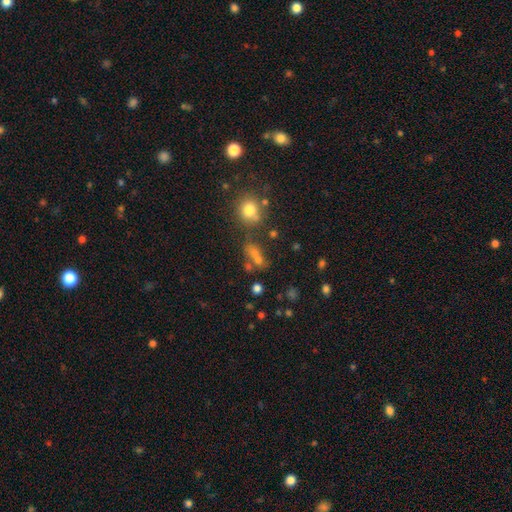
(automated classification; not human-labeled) A smooth galaxy with no disk features (63%) that is in between round and cigar-shaped (54%).

Vote fractions:
- Smooth or featured? smooth: 63% / star or artifact: 22% / featured or disk: 15%
- How rounded? in between: 54% / round: 40% / cigar-shaped: 6%
- Merging? none: 43% / merger: 37% / minor disturbance: 12% / major disturbance: 8%